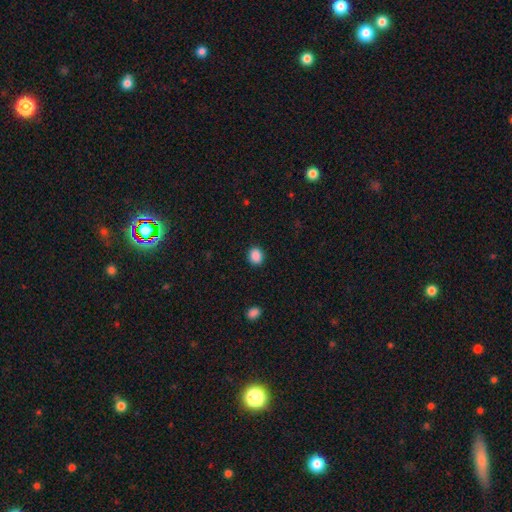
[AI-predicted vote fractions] This appears to be a smooth galaxy with no disk features (89%) that is round (67%). Merging: none (90%).